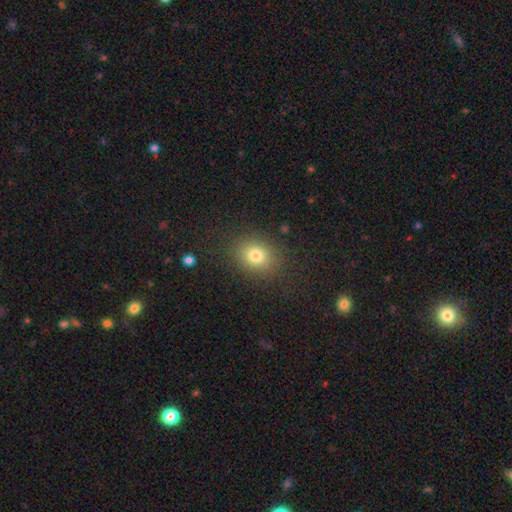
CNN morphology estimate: This is likely a smooth galaxy (79%). How rounded: possibly in between (50%). Merging: clearly none (84%).